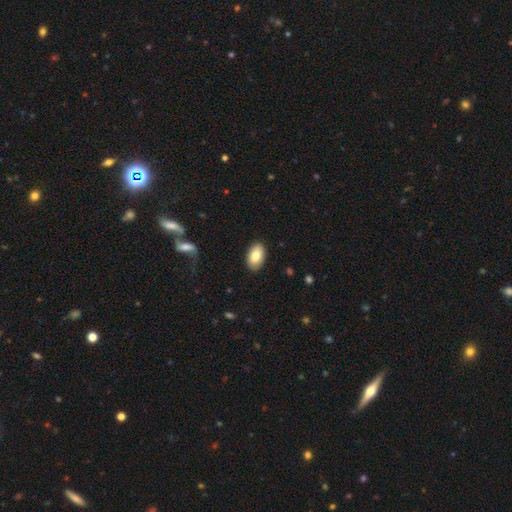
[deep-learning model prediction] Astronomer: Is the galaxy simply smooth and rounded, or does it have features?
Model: smooth — 83%.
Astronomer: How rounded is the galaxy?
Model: in between — 94%.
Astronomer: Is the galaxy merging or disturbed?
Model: none — 87%.